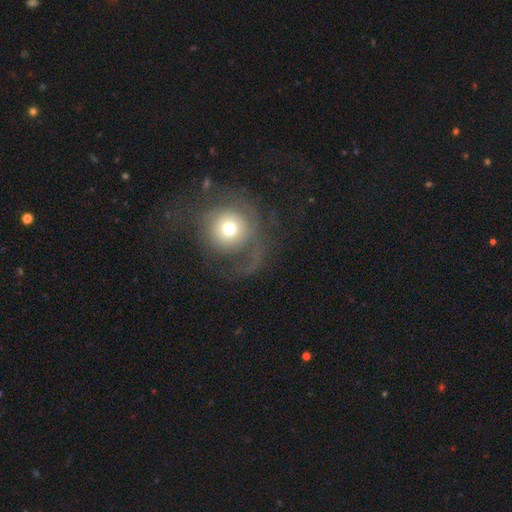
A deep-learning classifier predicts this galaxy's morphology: smooth-or-featured: featured or disk: 49% | smooth: 38% | star or artifact: 14%
  merging: none: 46% | major disturbance: 36% | minor disturbance: 15% | merger: 3%